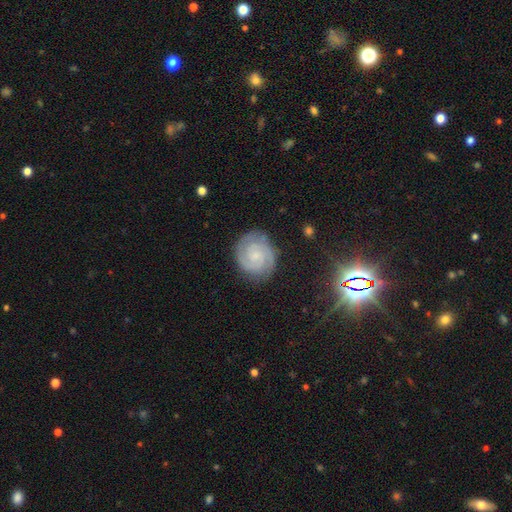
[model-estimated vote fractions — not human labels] A featured or disk galaxy (83%) with no bar (61%), 2 (73%) tight (70%) spiral arms (98%) and a small central bulge (60%). Merging: none (82%).